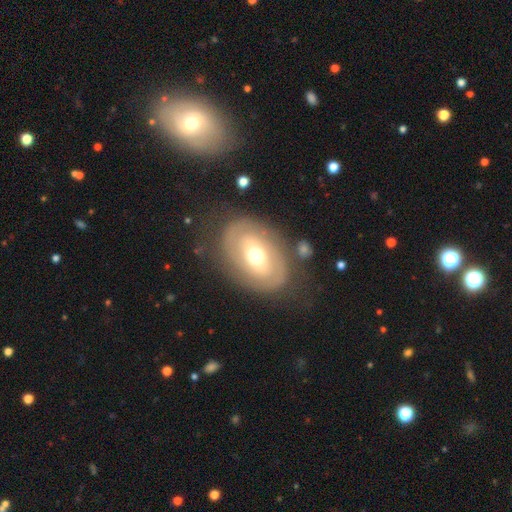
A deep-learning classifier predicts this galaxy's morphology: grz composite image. It shows a featured or disk galaxy (63%) with no bar (50%), spiral arms (52%) and a moderate central bulge (72%). Merging: none (74%).